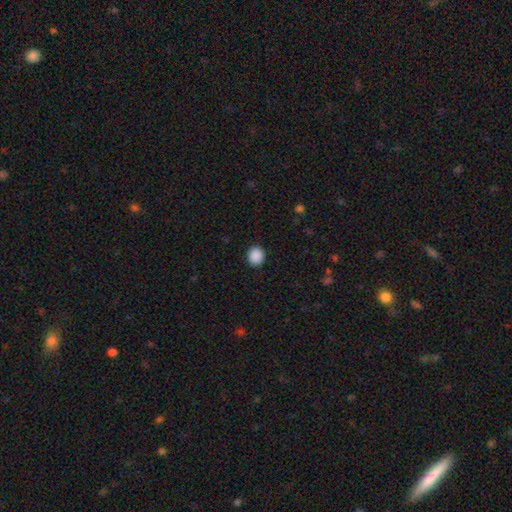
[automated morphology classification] This appears to be a smooth galaxy with no disk features (89%) that is round (77%). Merging: none (91%).